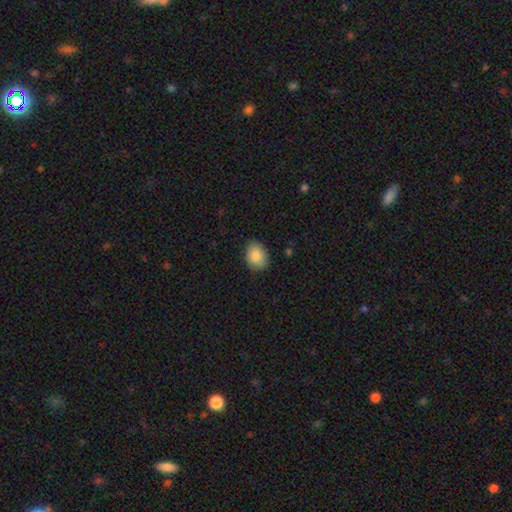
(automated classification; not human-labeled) Morphology: type=smooth (86%); roundness=in between (71%); merging=none (86%).